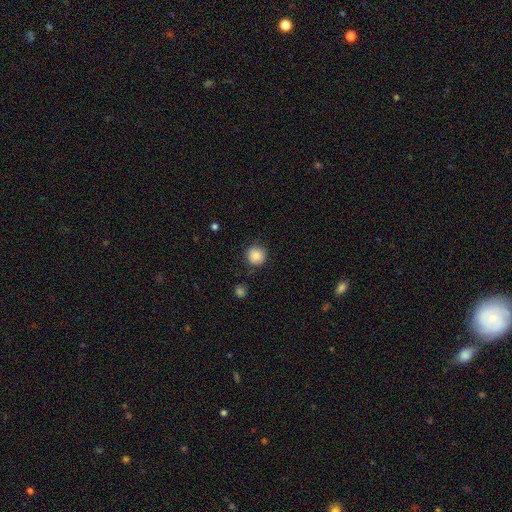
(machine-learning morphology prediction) smooth-or-featured: smooth: 87% | star or artifact: 9% | featured or disk: 4%
  how-rounded: round: 94% | in between: 5% | cigar-shaped: 1%
  merging: none: 84% | minor disturbance: 11% | major disturbance: 3% | merger: 2%